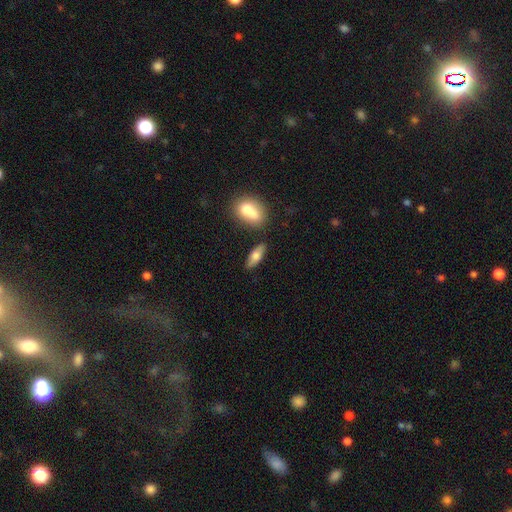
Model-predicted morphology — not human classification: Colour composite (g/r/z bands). It shows a smooth galaxy with no disk features (68%) that is in between round and cigar-shaped (66%). Merging: none (77%).